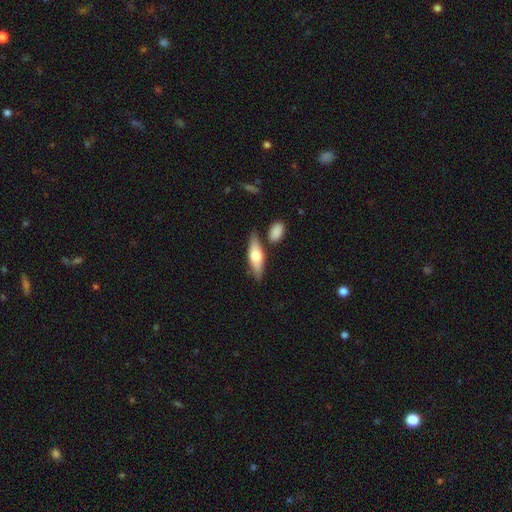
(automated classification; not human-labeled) smooth_or_featured: smooth (p=0.54) [alt: featured or disk p=0.40]
how_rounded: in between (p=0.50) [alt: cigar-shaped p=0.47]
merging: none (p=0.75) [alt: minor disturbance p=0.13]